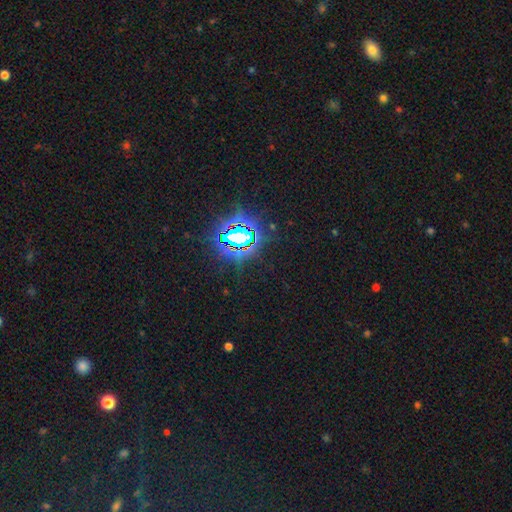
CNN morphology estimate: A star or artifact, not a galaxy (84%).